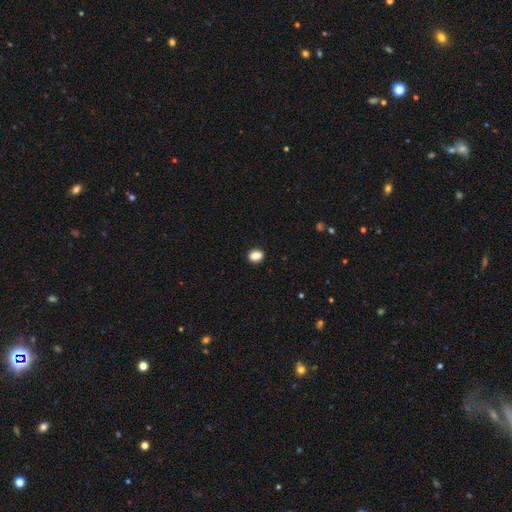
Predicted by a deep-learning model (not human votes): Q: Smooth or featured?
A: smooth (86%); runner-up: star or artifact (9%)
Q: How rounded?
A: in between (63%); runner-up: round (35%)
Q: Merging?
A: none (90%); runner-up: minor disturbance (7%)